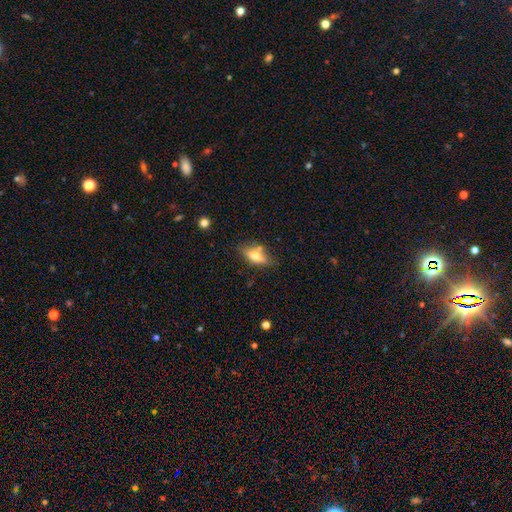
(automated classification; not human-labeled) smooth_or_featured: smooth (p=0.50) [alt: featured or disk p=0.41]
how_rounded: in between (p=0.65) [alt: cigar-shaped p=0.30]
merging: none (p=0.71) [alt: minor disturbance p=0.16]